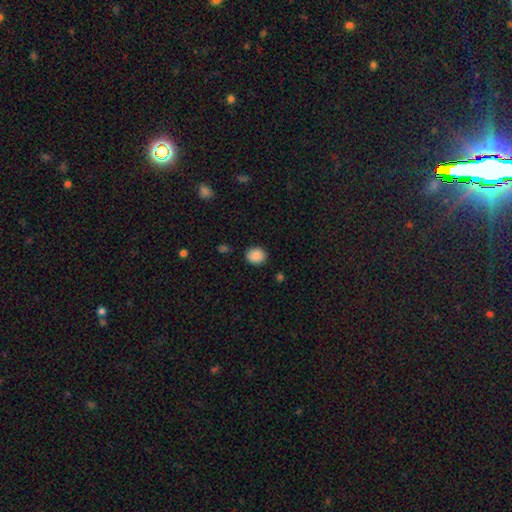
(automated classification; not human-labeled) Smooth or featured? smooth (89%)
How rounded? round (62%)
Merging? none (85%)